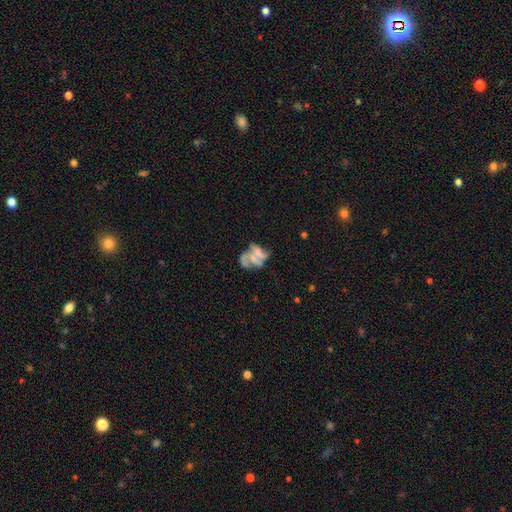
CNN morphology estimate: featured or disk 64%, smooth 24%, star or artifact 12%. Down the decision tree: edge-on disk — no (97%); bar — no (77%); spiral arms — yes (52%); bulge size — none (41%); merging — none (31%).